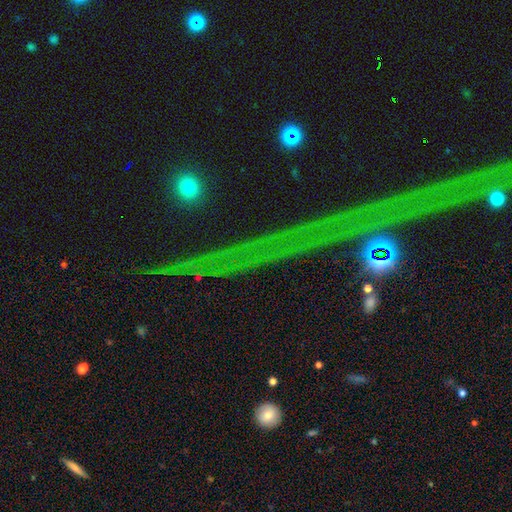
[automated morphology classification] This appears to be a star or artifact, not a galaxy (76%).